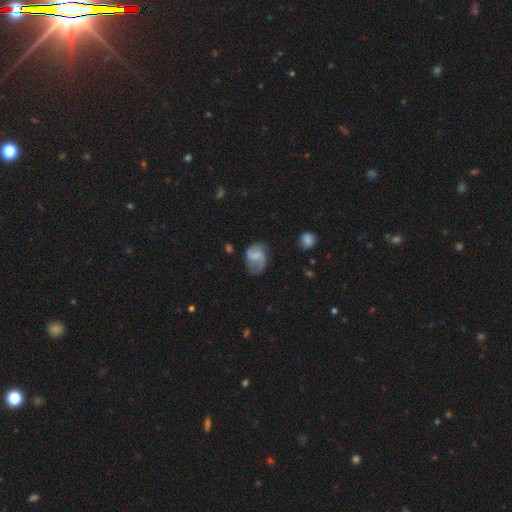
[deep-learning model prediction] featured or disk 60%, smooth 33%, star or artifact 8%. Down the decision tree: edge-on disk — no (98%); bar — weak (51%); spiral arms — yes (89%); spiral arm count — 2 (80%); spiral winding — loose (49%); bulge size — none (38%); merging — none (59%).